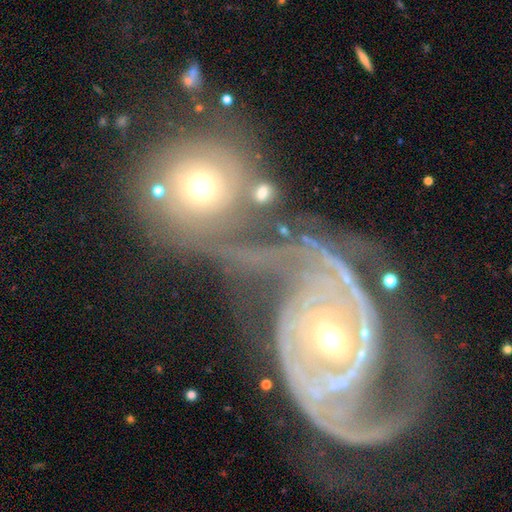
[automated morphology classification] Q: Smooth or featured?
A: featured or disk (79%); runner-up: smooth (13%)
Q: Edge-on disk?
A: no (96%); runner-up: yes (4%)
Q: Bar?
A: no (58%); runner-up: weak (27%)
Q: Spiral arms?
A: yes (93%); runner-up: no (7%)
Q: Spiral winding?
A: medium (42%); runner-up: tight (40%)
Q: Spiral arm count?
A: 2 (65%); runner-up: can't tell (13%)
Q: Bulge size?
A: moderate (48%); runner-up: small (45%)
Q: Merging?
A: merger (44%); runner-up: none (29%)